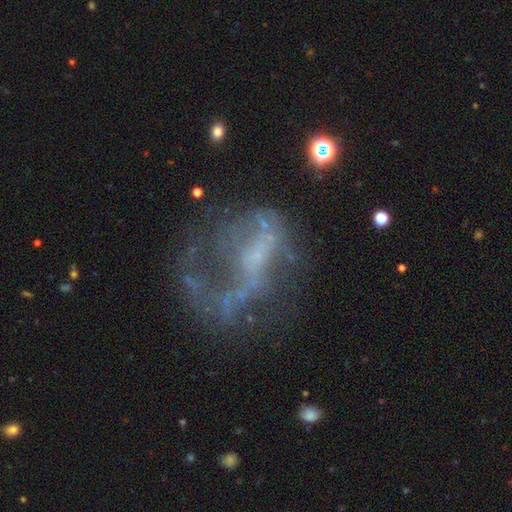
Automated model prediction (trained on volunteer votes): featured or disk 64%, smooth 19%, star or artifact 17%. Down the decision tree: edge-on disk — no (96%); bar — no (61%); spiral arms — no (69%); bulge size — none (50%); merging — major disturbance (42%).